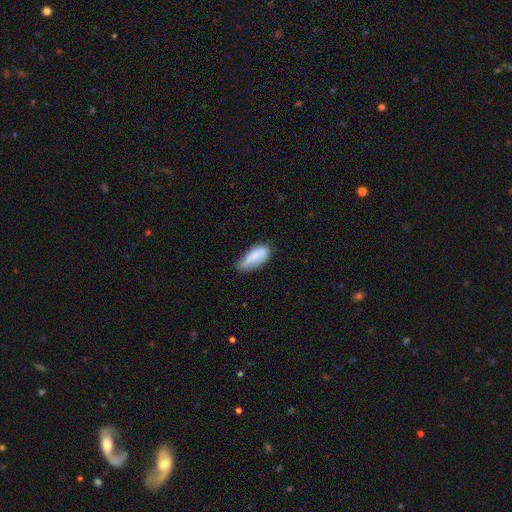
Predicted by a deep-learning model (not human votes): Morphology: type=smooth (79%); roundness=in between (76%); merging=none (50%).